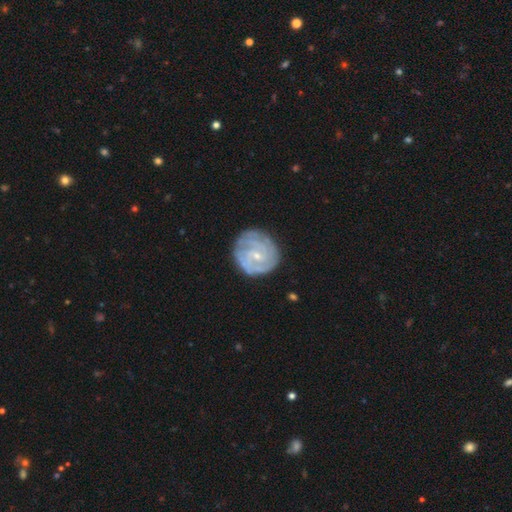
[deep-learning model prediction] smooth_or_featured: featured or disk (p=0.80) [alt: smooth p=0.14]
disk_edge_on: no (p=0.98) [alt: yes p=0.02]
bar: no (p=0.56) [alt: weak p=0.37]
has_spiral_arms: yes (p=0.94) [alt: no p=0.06]
spiral_winding: tight (p=0.72) [alt: medium p=0.23]
spiral_arm_count: can't tell (p=0.32) [alt: 3 p=0.23]
bulge_size: small (p=0.77) [alt: moderate p=0.19]
merging: none (p=0.79) [alt: minor disturbance p=0.15]